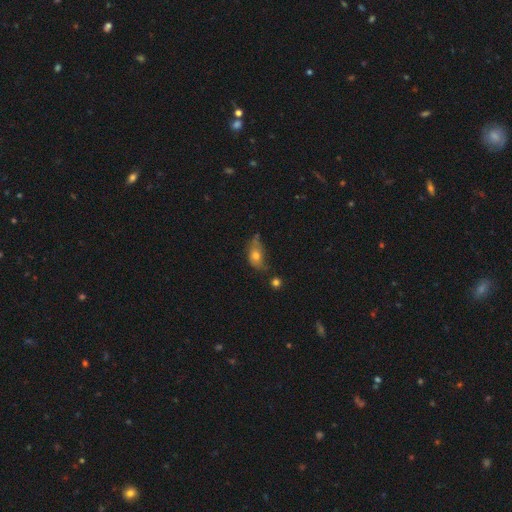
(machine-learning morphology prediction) Smooth or featured: smooth — 66% (featured or disk — 24%)
How rounded: in between — 80% (round — 15%)
Merging: none — 37% (minor disturbance — 34%)